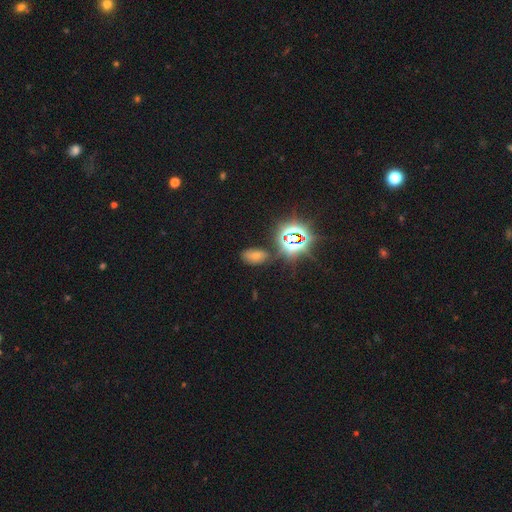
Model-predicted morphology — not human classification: The model was most divided on "smooth or featured": smooth: 50%, star or artifact: 37%, featured or disk: 13%. More confident: merging — none (74%).